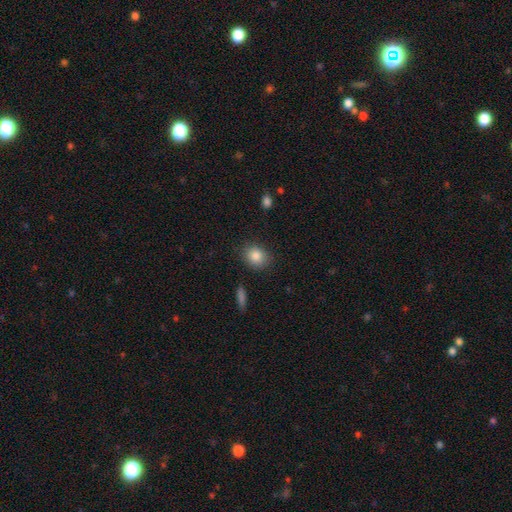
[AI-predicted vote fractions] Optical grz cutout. It shows a smooth galaxy with no disk features (85%) that is round (60%). Merging: none (85%).